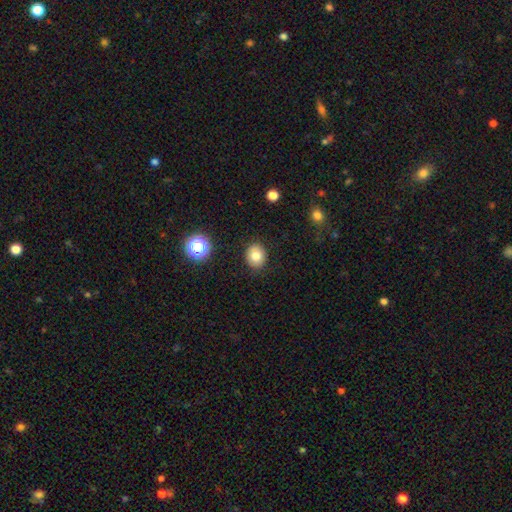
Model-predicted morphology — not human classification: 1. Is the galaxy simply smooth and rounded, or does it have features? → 81% smooth, 11% star or artifact, 8% featured or disk.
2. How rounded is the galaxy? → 63% round, 37% in between, 1% cigar-shaped.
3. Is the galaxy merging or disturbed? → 88% none, 8% minor disturbance, 2% major disturbance, 1% merger.